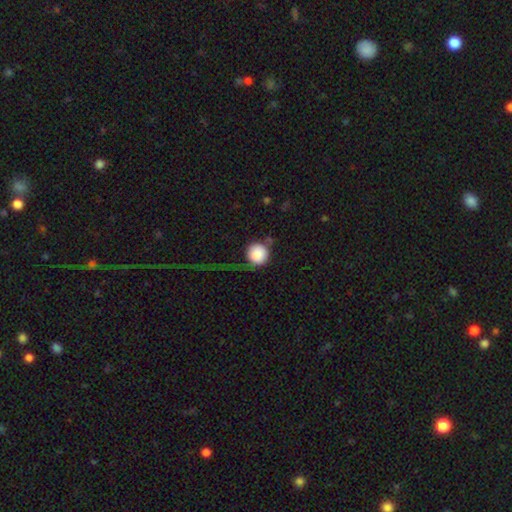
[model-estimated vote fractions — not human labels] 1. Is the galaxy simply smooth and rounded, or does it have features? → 85% smooth, 8% featured or disk, 7% star or artifact.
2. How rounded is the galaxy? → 94% round, 5% in between, 1% cigar-shaped.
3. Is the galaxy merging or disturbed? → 49% none, 23% major disturbance, 21% minor disturbance, 7% merger.